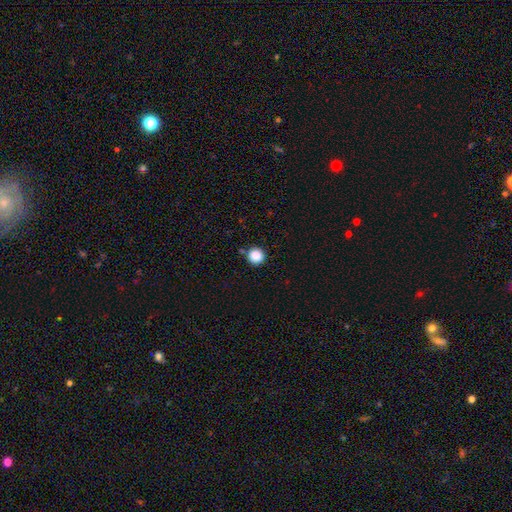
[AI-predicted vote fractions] Q: Smooth or featured?
A: smooth (87%); runner-up: star or artifact (10%)
Q: How rounded?
A: round (96%); runner-up: in between (3%)
Q: Merging?
A: none (88%); runner-up: minor disturbance (7%)